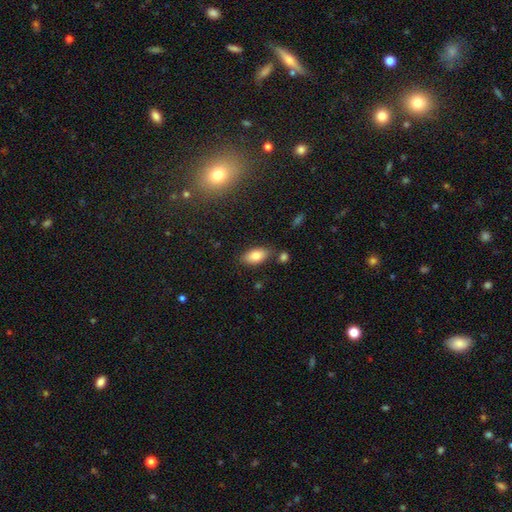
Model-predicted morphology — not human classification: smooth_or_featured: smooth (p=0.81) [alt: featured or disk p=0.11]
how_rounded: in between (p=0.92) [alt: cigar-shaped p=0.04]
merging: none (p=0.80) [alt: minor disturbance p=0.12]